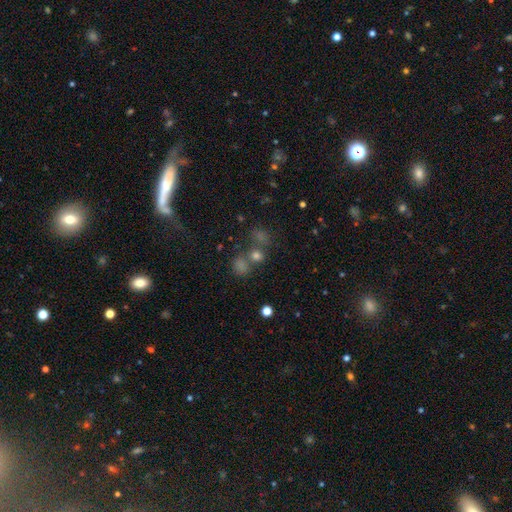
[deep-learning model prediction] This appears to be a smooth galaxy with no disk features (48%). Merging: none (47%).